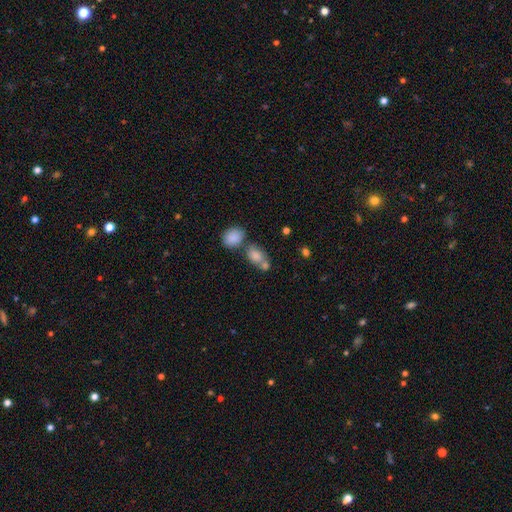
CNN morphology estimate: Q: Smooth or featured?
A: smooth (81%); runner-up: featured or disk (10%)
Q: How rounded?
A: in between (77%); runner-up: round (20%)
Q: Merging?
A: merger (45%); runner-up: none (37%)